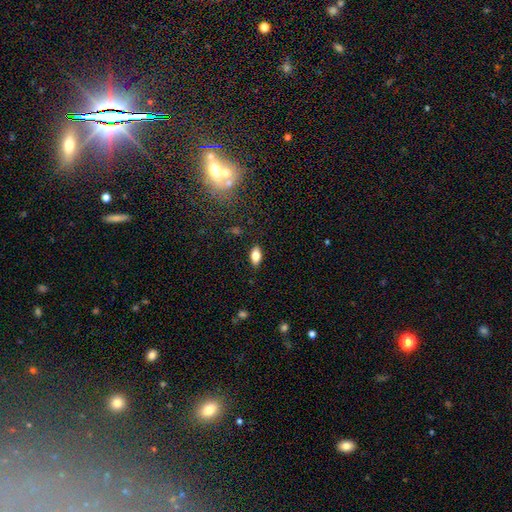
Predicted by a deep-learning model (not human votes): This is likely a smooth galaxy (76%). How rounded: clearly in between (88%). Merging: clearly none (87%).